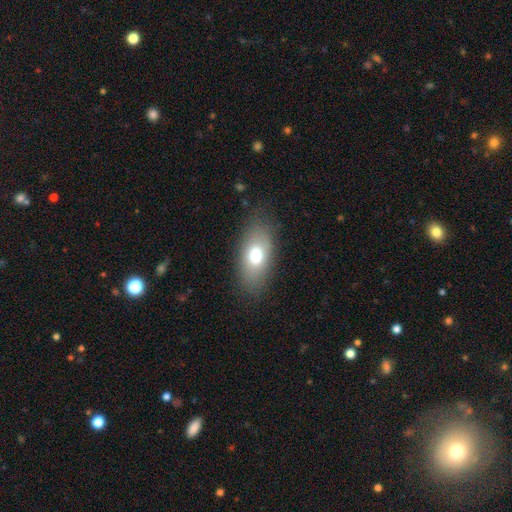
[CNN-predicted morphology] Overall: smooth (71%). How rounded: in between (87%). Merging: none (80%).